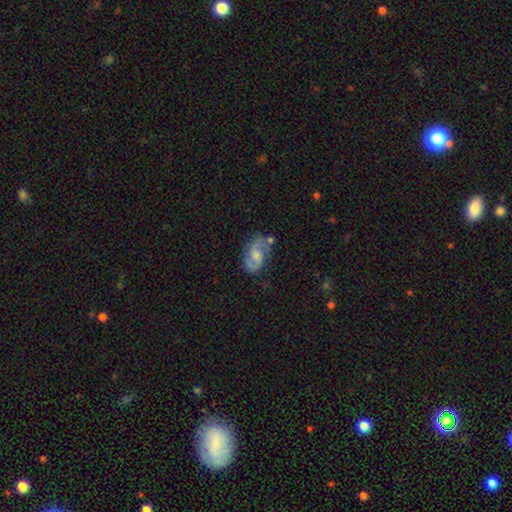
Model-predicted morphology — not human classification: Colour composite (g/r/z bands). It shows a featured or disk galaxy (74%) with no bar (48%), 2 (88%) medium (51%) spiral arms (92%) and a moderate central bulge (44%). Merging: none (60%).